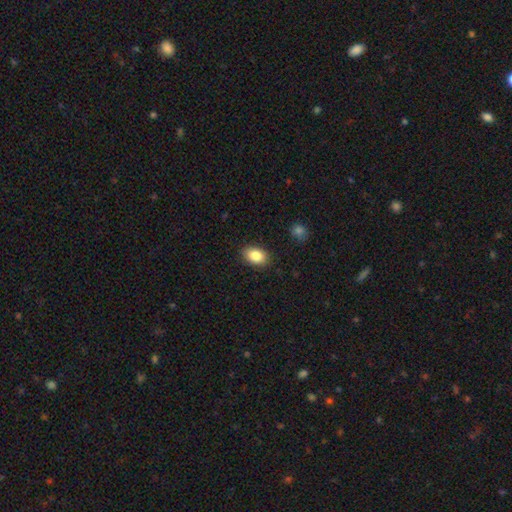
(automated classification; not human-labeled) smooth 86%, star or artifact 8%, featured or disk 7%. Down the decision tree: how rounded — in between (85%); merging — none (88%).